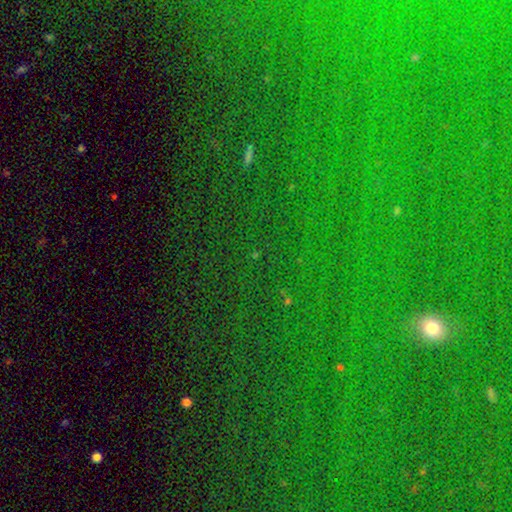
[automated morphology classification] Overall: star or artifact (78%).